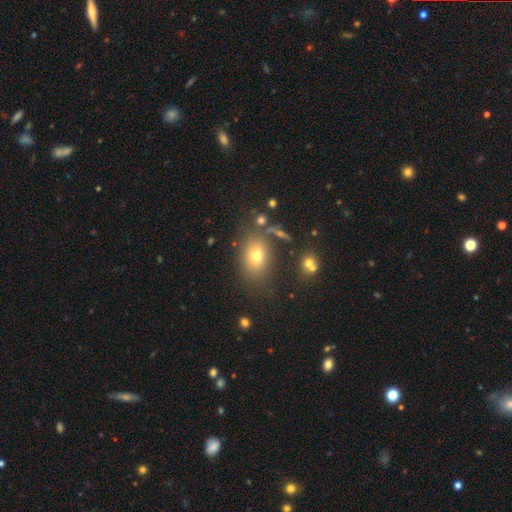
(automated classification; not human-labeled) smooth-or-featured: smooth: 71% | star or artifact: 15% | featured or disk: 14%
  how-rounded: in between: 72% | round: 26% | cigar-shaped: 2%
  merging: none: 74% | minor disturbance: 13% | merger: 7% | major disturbance: 6%